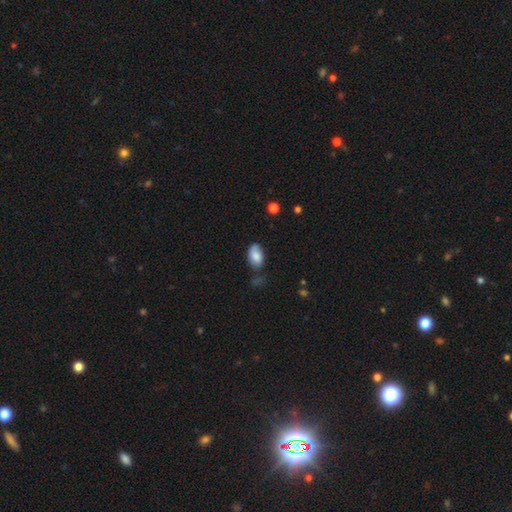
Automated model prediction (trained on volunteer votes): A smooth galaxy with no disk features (72%) that is in between round and cigar-shaped (91%). Merging: none (58%).